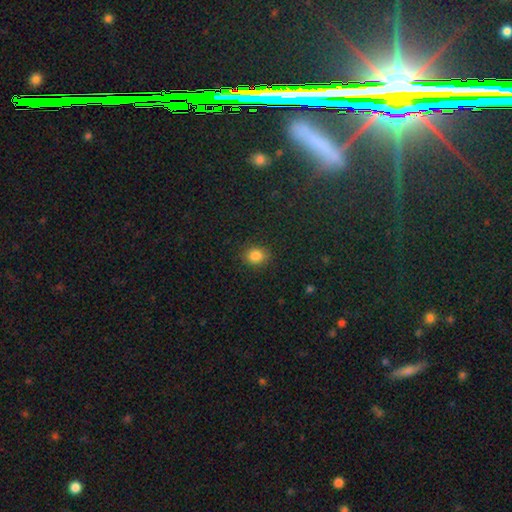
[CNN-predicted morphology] Smooth or featured?
  - smooth: 84% *
  - star or artifact: 12%
  - featured or disk: 5%
How rounded?
  - round: 62% *
  - in between: 37%
  - cigar-shaped: 1%
Merging?
  - none: 87% *
  - minor disturbance: 9%
  - major disturbance: 3%
  - merger: 1%